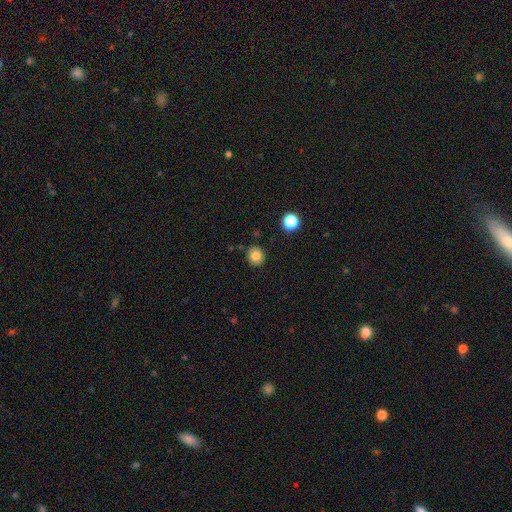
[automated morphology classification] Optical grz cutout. It shows a smooth galaxy with no disk features (80%) that is round (85%). Merging: none (86%).